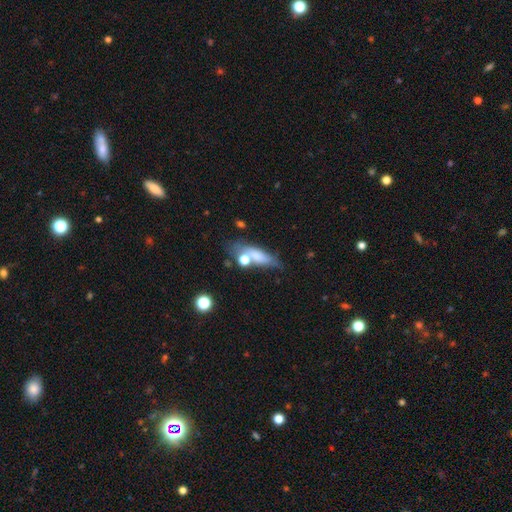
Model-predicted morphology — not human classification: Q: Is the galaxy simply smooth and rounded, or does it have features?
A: smooth — 67%.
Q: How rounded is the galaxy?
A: in between — 55%.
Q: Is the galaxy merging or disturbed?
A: none — 45%.